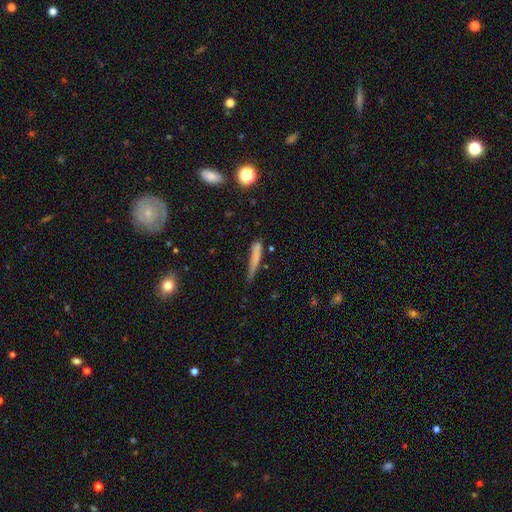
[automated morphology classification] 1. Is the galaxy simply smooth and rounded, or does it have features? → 70% smooth, 20% featured or disk, 9% star or artifact.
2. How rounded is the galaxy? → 91% cigar-shaped, 7% in between, 2% round.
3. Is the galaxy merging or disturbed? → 51% none, 32% minor disturbance, 13% major disturbance, 5% merger.